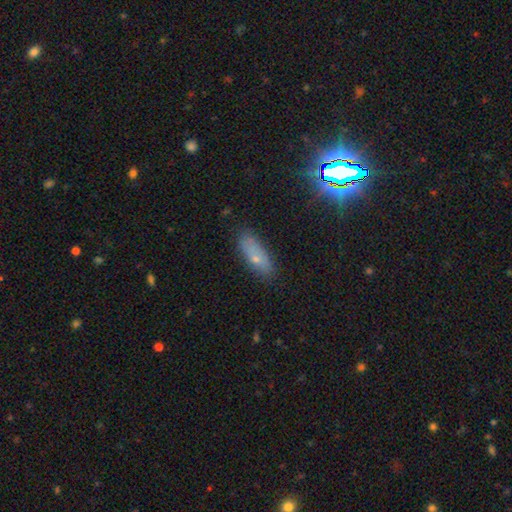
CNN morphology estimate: The model was most divided on "how rounded": in between: 64%, cigar-shaped: 32%, round: 3%. More confident: merging — none (77%); smooth or featured — smooth (66%).